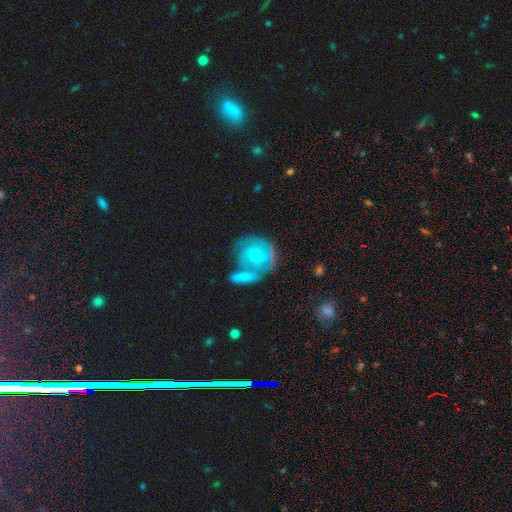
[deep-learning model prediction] Morphology: type=featured or disk (66%); edge-on=no (96%); bar=no (74%); spiral arms=yes (83%); winding=tight (64%); arm count=can't tell (36%); bulge=small (66%); merging=none (46%).